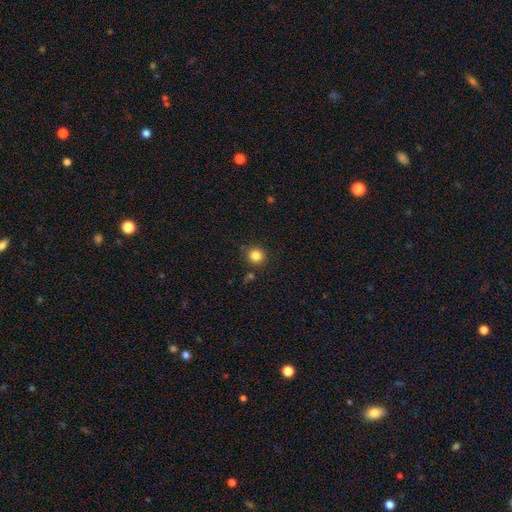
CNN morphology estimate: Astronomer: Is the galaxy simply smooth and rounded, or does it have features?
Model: smooth — 84%.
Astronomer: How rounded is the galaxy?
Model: round — 92%.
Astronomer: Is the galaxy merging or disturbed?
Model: none — 84%.